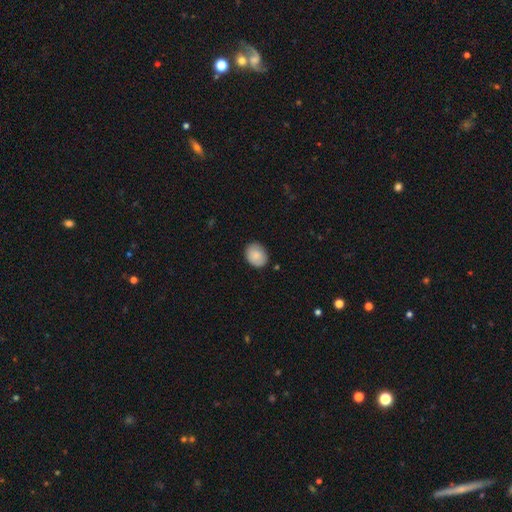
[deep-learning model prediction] This is clearly a smooth galaxy (84%). How rounded: possibly round (54%). Merging: clearly none (82%).